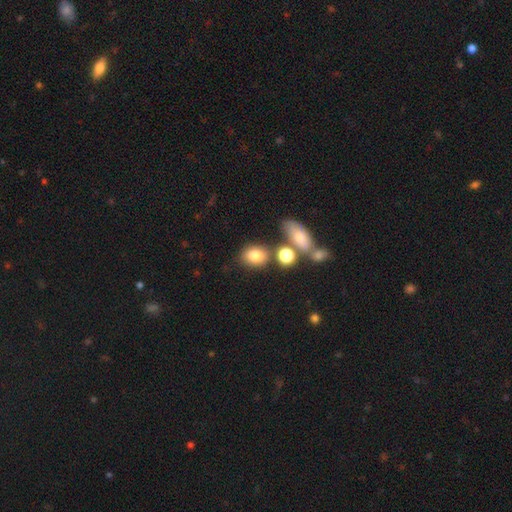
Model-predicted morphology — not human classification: This is likely a smooth galaxy (79%). How rounded: likely in between (60%). Merging: likely none (67%).